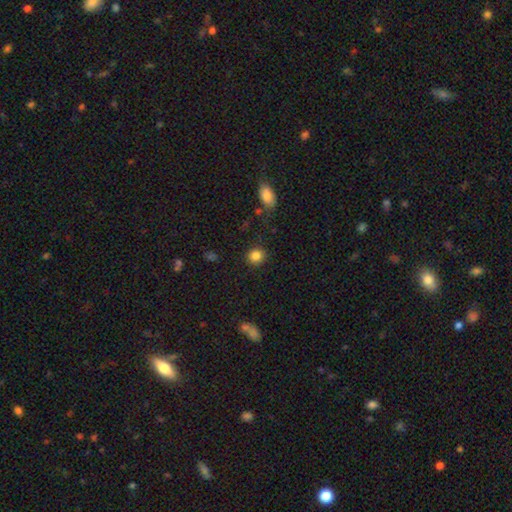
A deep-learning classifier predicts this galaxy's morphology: This appears to be a smooth galaxy with no disk features (85%) that is round (85%). Merging: none (89%).